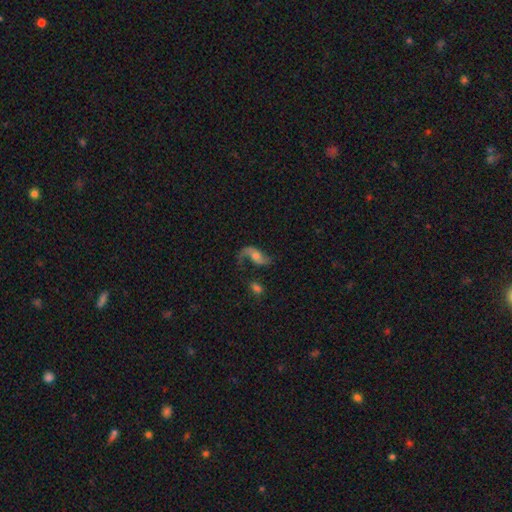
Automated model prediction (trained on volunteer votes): Smooth or featured: featured or disk — 78% (smooth — 14%)
Edge-on disk: no — 96% (yes — 4%)
Bar: no — 58% (weak — 31%)
Spiral arms: yes — 92% (no — 8%)
Spiral winding: loose — 82% (medium — 15%)
Spiral arm count: 2 — 75% (1 — 21%)
Bulge size: moderate — 46% (small — 38%)
Merging: none — 50% (major disturbance — 25%)